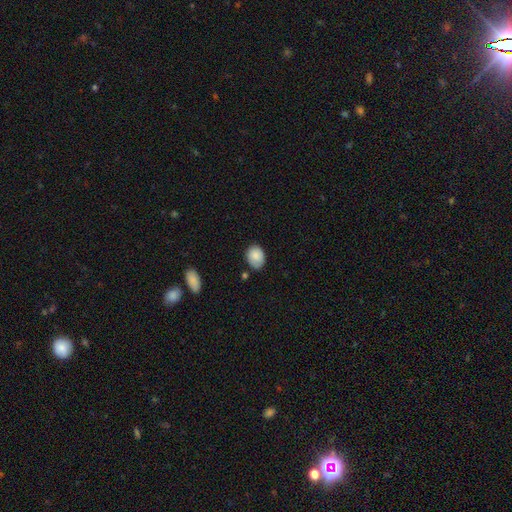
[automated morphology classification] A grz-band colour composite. It shows a smooth galaxy with no disk features (84%) that is in between round and cigar-shaped (63%). Merging: none (72%).